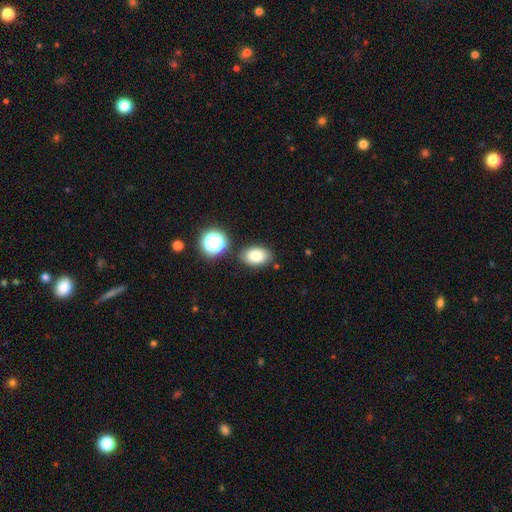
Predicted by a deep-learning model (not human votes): smooth 82%, star or artifact 10%, featured or disk 8%. Down the decision tree: how rounded — in between (86%); merging — none (81%).